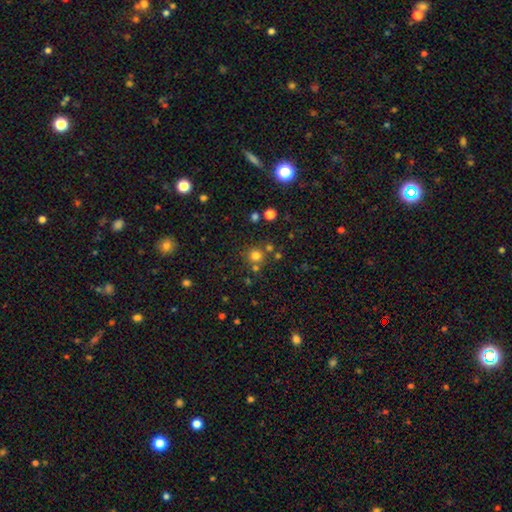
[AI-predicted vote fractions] Smooth or featured? Predicted: smooth (p=0.74). How rounded? Predicted: round (p=0.91). Merging? Predicted: none (p=0.72).